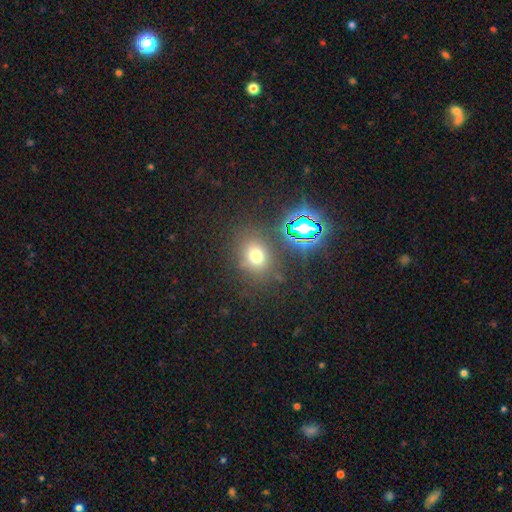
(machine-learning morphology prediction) type=smooth (66%); roundness=round (60%); merging=none (79%).